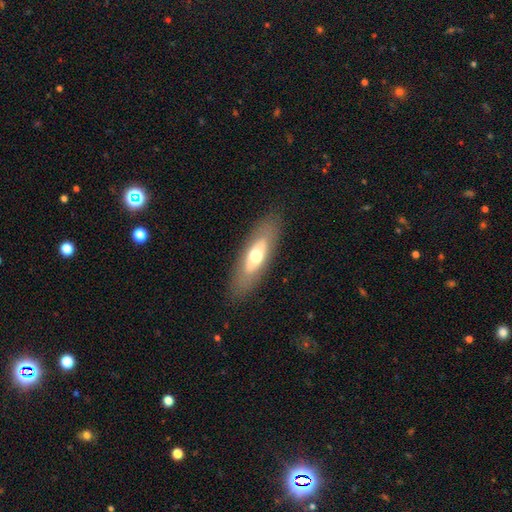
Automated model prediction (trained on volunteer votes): Smooth or featured? smooth (54%)
How rounded? in between (61%)
Merging? none (85%)